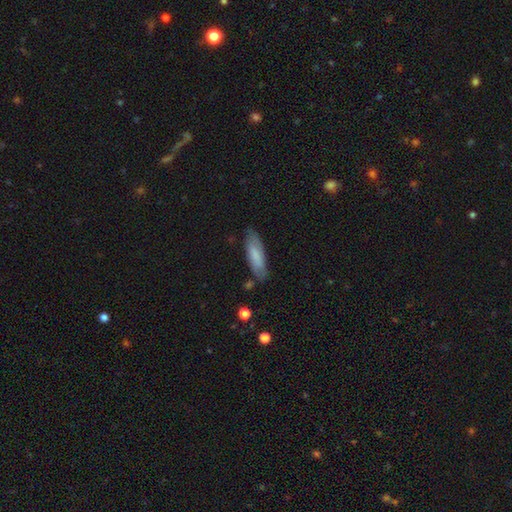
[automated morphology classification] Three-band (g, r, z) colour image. It shows a smooth galaxy with no disk features (75%) that is cigar-shaped (51%). Merging: none (78%).